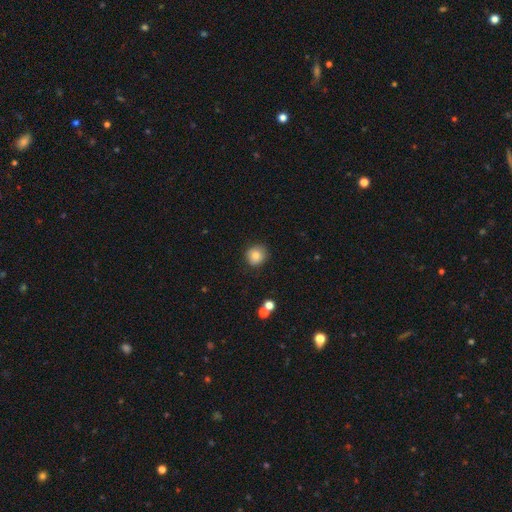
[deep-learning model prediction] Smooth or featured?
  - smooth: 82% *
  - star or artifact: 10%
  - featured or disk: 9%
How rounded?
  - round: 90% *
  - in between: 9%
  - cigar-shaped: 1%
Merging?
  - none: 85% *
  - minor disturbance: 11%
  - major disturbance: 2%
  - merger: 2%